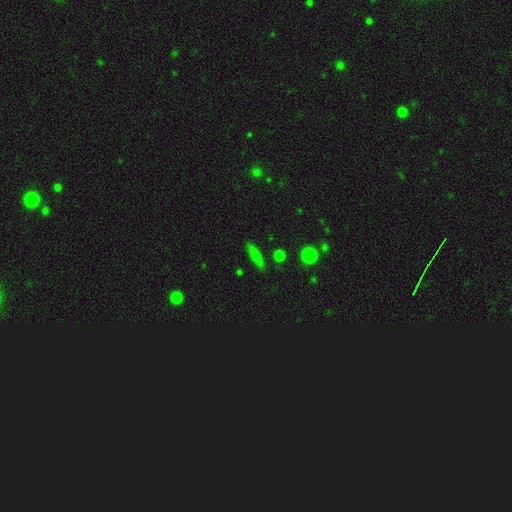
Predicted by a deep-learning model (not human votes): smooth 76%, featured or disk 13%, star or artifact 10%. Down the decision tree: how rounded — cigar-shaped (78%); merging — none (85%).